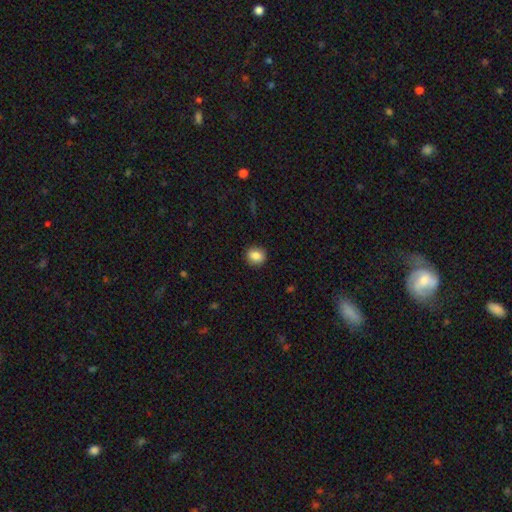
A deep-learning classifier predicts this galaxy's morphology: type=smooth (86%); roundness=round (74%); merging=none (90%).